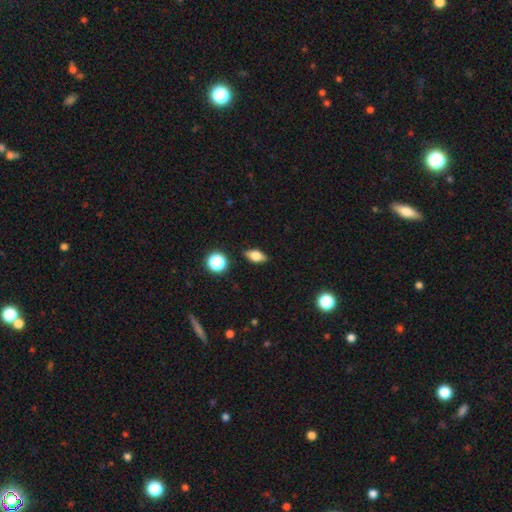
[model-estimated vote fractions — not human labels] smooth-or-featured: smooth: 67% | featured or disk: 22% | star or artifact: 10%
  how-rounded: in between: 77% | round: 12% | cigar-shaped: 11%
  merging: none: 87% | minor disturbance: 10% | major disturbance: 2% | merger: 2%